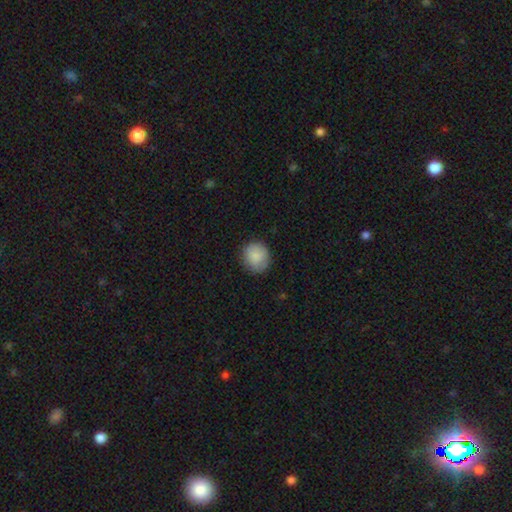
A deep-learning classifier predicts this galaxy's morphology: Smooth or featured?
  - smooth: 87% *
  - star or artifact: 7%
  - featured or disk: 6%
How rounded?
  - round: 88% *
  - in between: 12%
  - cigar-shaped: 1%
Merging?
  - none: 85% *
  - minor disturbance: 11%
  - major disturbance: 2%
  - merger: 1%